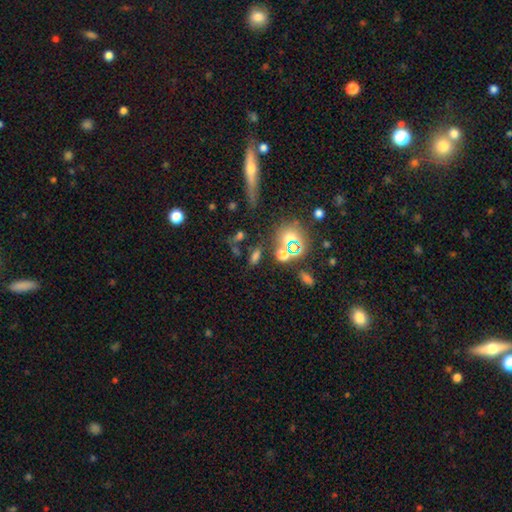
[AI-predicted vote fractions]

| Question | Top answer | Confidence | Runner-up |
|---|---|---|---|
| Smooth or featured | smooth | 60% | star or artifact (30%) |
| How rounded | in between | 68% | round (17%) |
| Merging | none | 68% | merger (13%) |